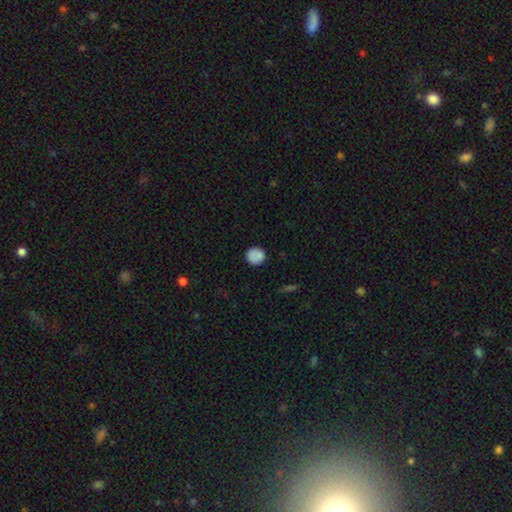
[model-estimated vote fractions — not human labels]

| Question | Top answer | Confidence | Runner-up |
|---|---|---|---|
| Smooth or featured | smooth | 82% | star or artifact (9%) |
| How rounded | round | 92% | in between (7%) |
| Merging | none | 81% | minor disturbance (13%) |